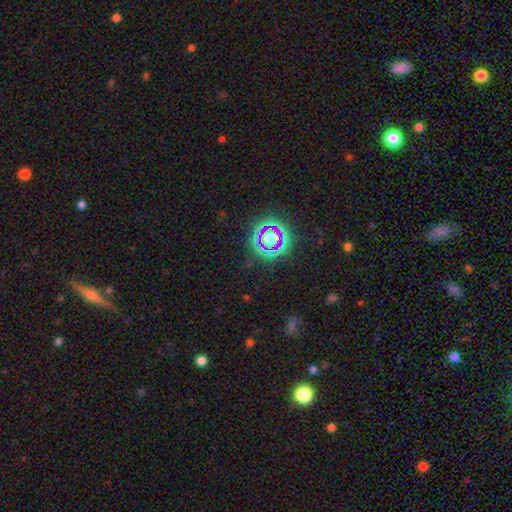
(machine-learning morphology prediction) A star or artifact, not a galaxy (75%).